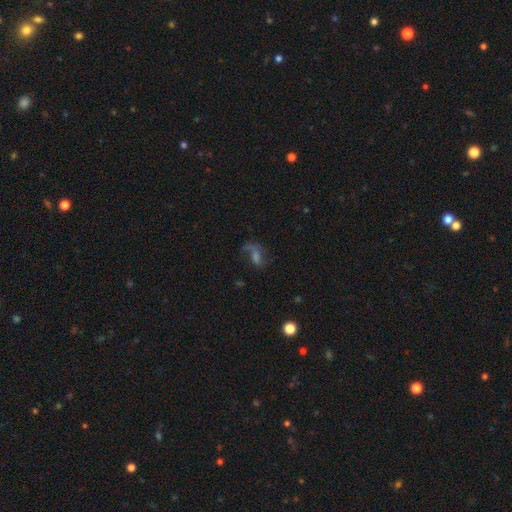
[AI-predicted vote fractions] The model was most divided on "merging": none: 44%, major disturbance: 33%, minor disturbance: 18%, merger: 6%. More confident: edge-on disk — no (93%); smooth or featured — featured or disk (50%).